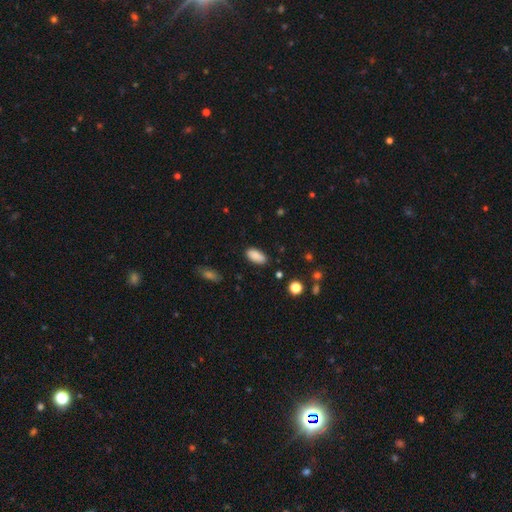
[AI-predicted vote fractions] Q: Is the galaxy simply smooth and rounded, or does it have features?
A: smooth — 88%.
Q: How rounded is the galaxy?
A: in between — 91%.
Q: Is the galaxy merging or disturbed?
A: none — 84%.